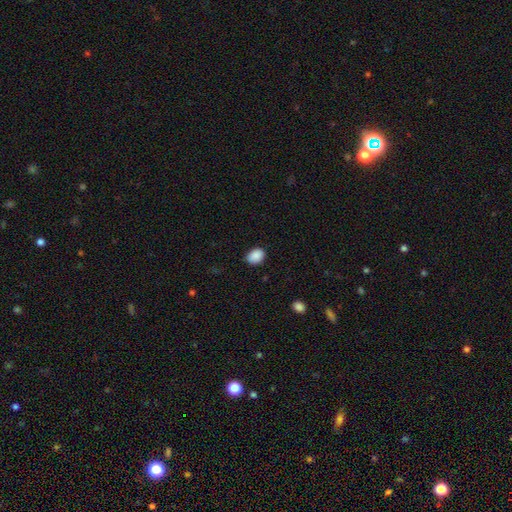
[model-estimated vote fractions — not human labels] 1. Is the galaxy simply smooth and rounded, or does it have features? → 89% smooth, 8% star or artifact, 3% featured or disk.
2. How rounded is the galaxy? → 67% in between, 32% round, 1% cigar-shaped.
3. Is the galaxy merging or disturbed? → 83% none, 14% minor disturbance, 2% major disturbance, 1% merger.